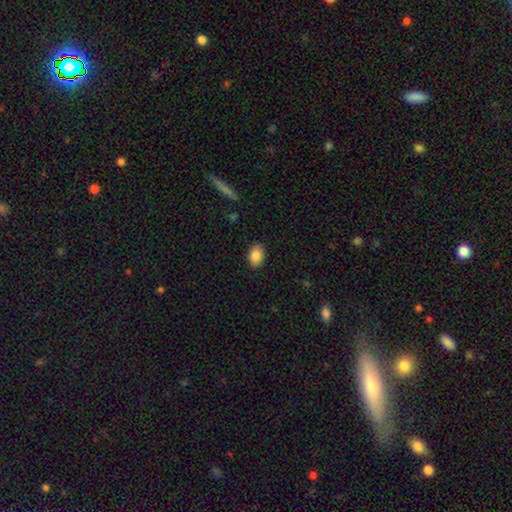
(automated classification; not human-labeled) This is clearly a smooth galaxy (88%). How rounded: clearly in between (85%). Merging: clearly none (87%).